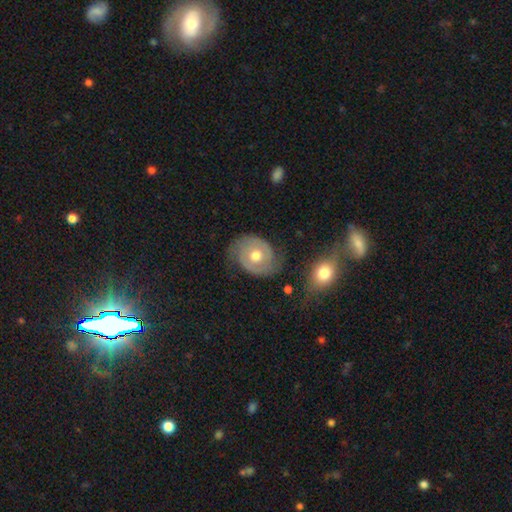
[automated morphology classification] Overall: featured or disk (69%). Edge-on disk: no (97%). Bar: no (79%). Spiral arms: yes (79%). Spiral arm count: 2 (79%). Spiral winding: tight (55%; medium 33%). Bulge size: moderate (77%). Merging: none (69%).